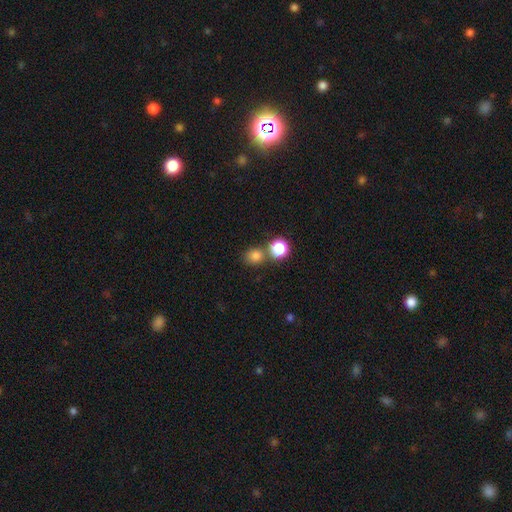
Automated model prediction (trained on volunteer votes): Smooth or featured? Predicted: smooth (p=0.80). How rounded? Predicted: round (p=0.77). Merging? Predicted: none (p=0.58).